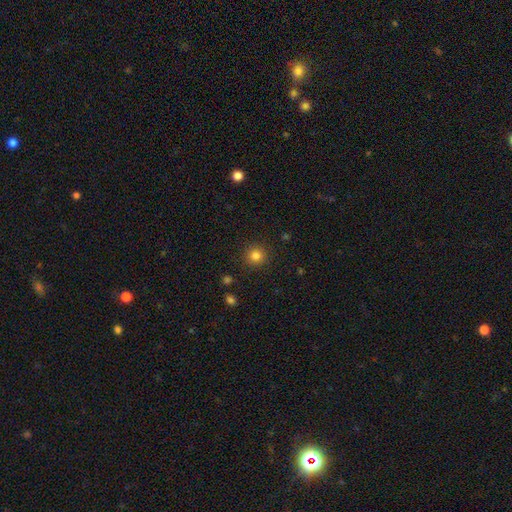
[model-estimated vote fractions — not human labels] Smooth or featured: smooth — 83% (star or artifact — 12%)
How rounded: round — 94% (in between — 5%)
Merging: none — 90% (minor disturbance — 6%)